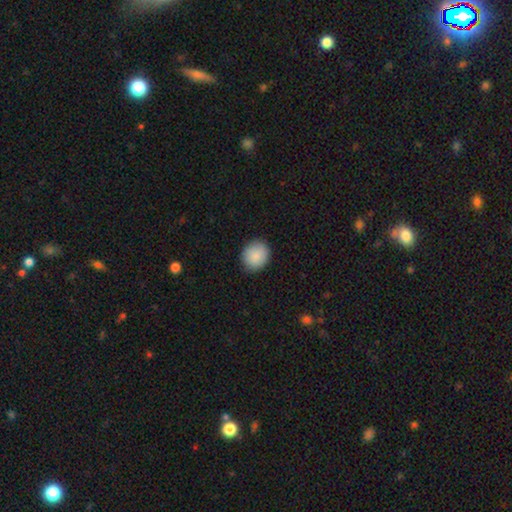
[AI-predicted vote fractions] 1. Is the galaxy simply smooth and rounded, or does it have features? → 89% smooth, 7% star or artifact, 4% featured or disk.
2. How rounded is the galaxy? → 76% round, 24% in between, 1% cigar-shaped.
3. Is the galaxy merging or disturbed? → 87% none, 10% minor disturbance, 2% major disturbance, 1% merger.